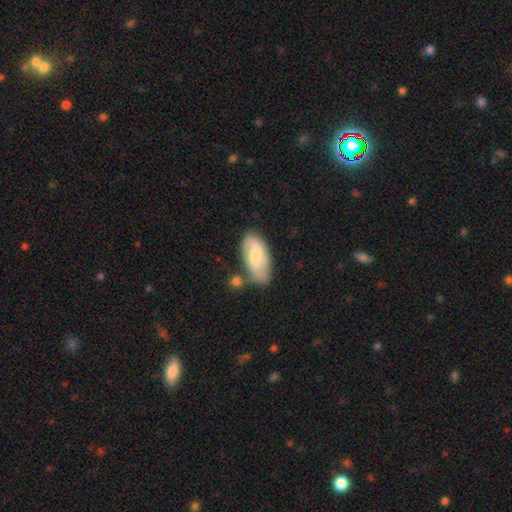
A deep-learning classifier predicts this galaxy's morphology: Smooth or featured? featured or disk (52%)
Edge-on disk? no (94%)
Merging? none (57%)